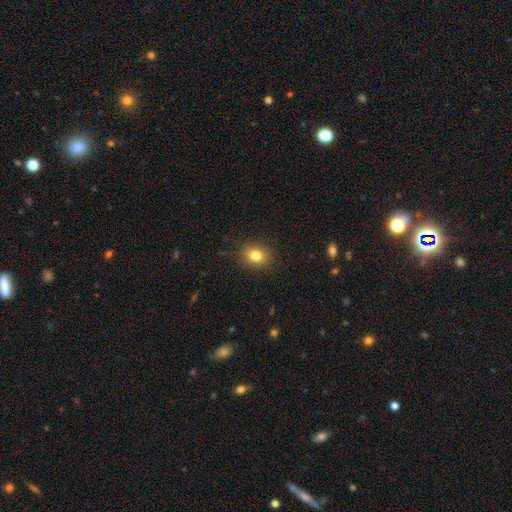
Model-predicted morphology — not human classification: type=smooth (82%); roundness=in between (54%); merging=none (87%).